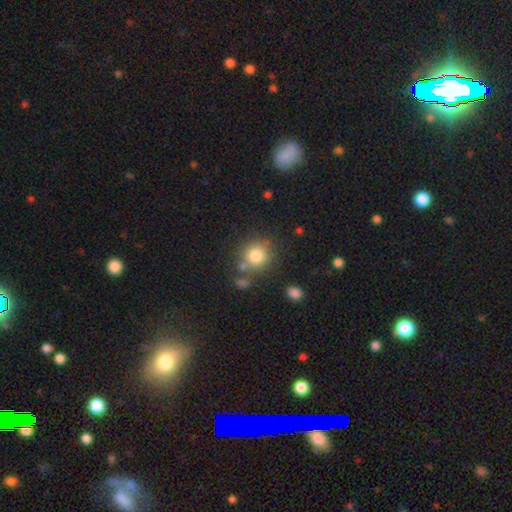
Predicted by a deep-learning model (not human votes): smooth 81%, star or artifact 11%, featured or disk 9%. Down the decision tree: how rounded — round (88%); merging — none (72%).